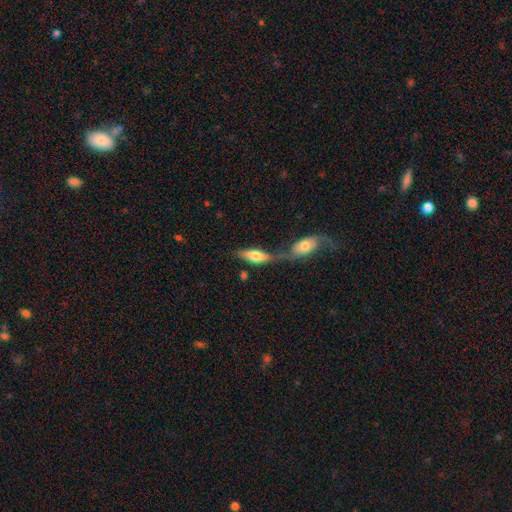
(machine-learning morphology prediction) Q: Smooth or featured?
A: smooth (63%); runner-up: featured or disk (31%)
Q: How rounded?
A: in between (69%); runner-up: cigar-shaped (28%)
Q: Merging?
A: merger (58%); runner-up: none (26%)